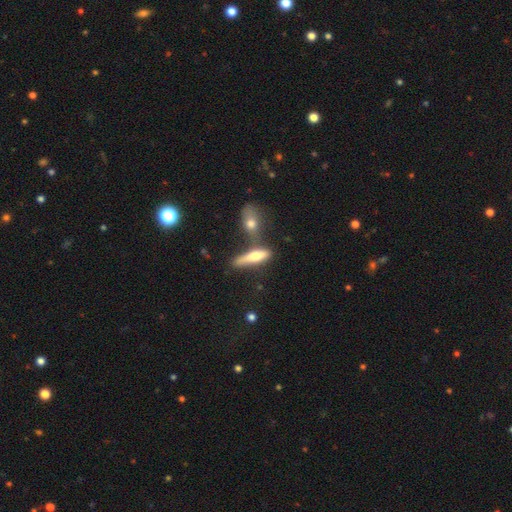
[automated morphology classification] Smooth or featured: smooth — 59% (featured or disk — 33%)
How rounded: cigar-shaped — 61% (in between — 35%)
Merging: none — 41% (merger — 36%)